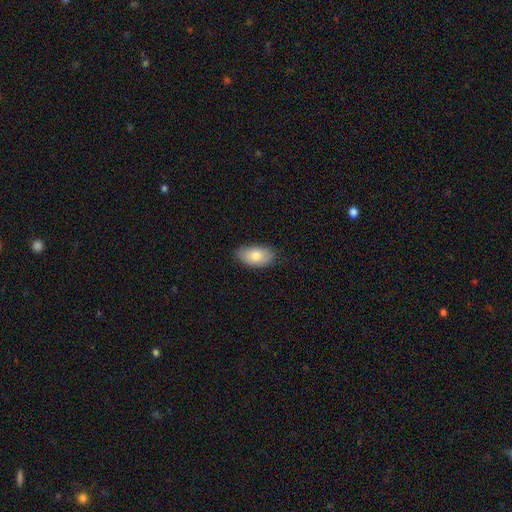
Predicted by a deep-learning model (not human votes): Q: Smooth or featured?
A: smooth (80%); runner-up: featured or disk (14%)
Q: How rounded?
A: in between (94%); runner-up: round (4%)
Q: Merging?
A: none (82%); runner-up: minor disturbance (15%)